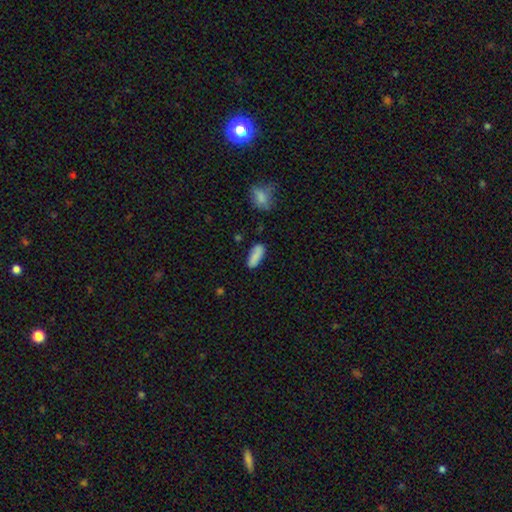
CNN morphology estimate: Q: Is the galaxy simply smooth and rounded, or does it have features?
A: smooth — 86%.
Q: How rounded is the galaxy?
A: in between — 64%.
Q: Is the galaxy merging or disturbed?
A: none — 78%.